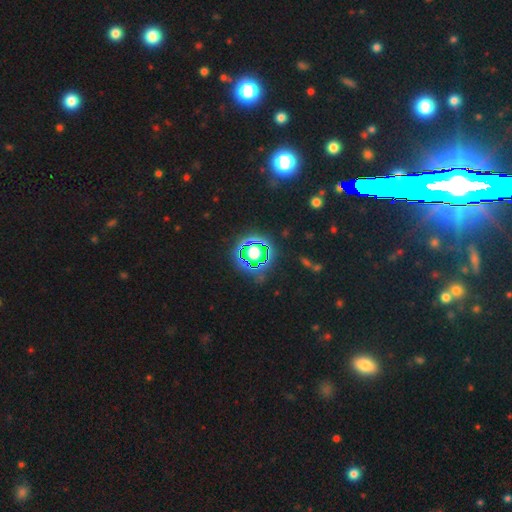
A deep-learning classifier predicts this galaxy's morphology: A star or artifact, not a galaxy (80%).